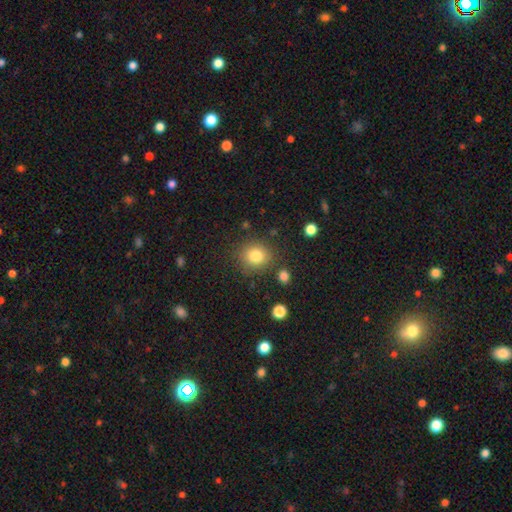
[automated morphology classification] Smooth or featured: smooth — 82% (star or artifact — 11%)
How rounded: round — 82% (in between — 17%)
Merging: none — 82% (minor disturbance — 10%)